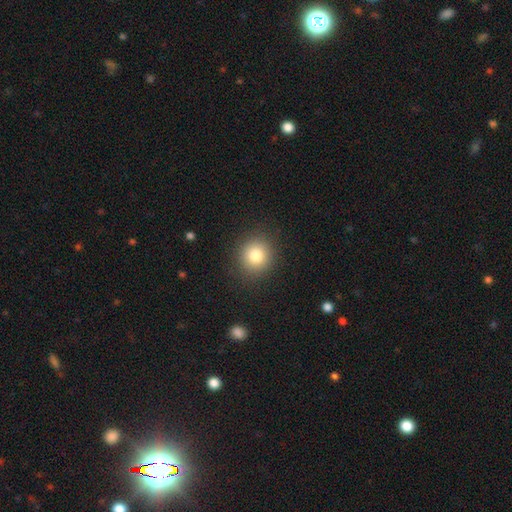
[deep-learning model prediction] smooth_or_featured: smooth (p=0.81) [alt: star or artifact p=0.11]
how_rounded: round (p=0.87) [alt: in between p=0.13]
merging: none (p=0.89) [alt: minor disturbance p=0.07]